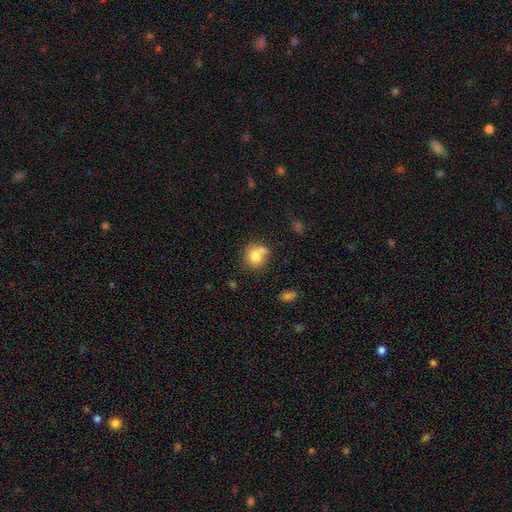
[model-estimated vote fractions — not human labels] This is likely a smooth galaxy (77%). How rounded: clearly round (81%). Merging: possibly none (51%).